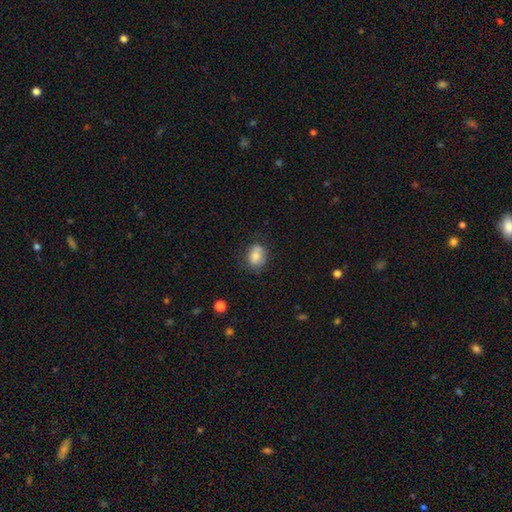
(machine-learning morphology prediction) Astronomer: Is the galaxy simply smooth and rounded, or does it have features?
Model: smooth — 78%.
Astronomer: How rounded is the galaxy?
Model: in between — 52% (runner-up: round, 47%).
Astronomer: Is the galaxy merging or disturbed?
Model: none — 69%.